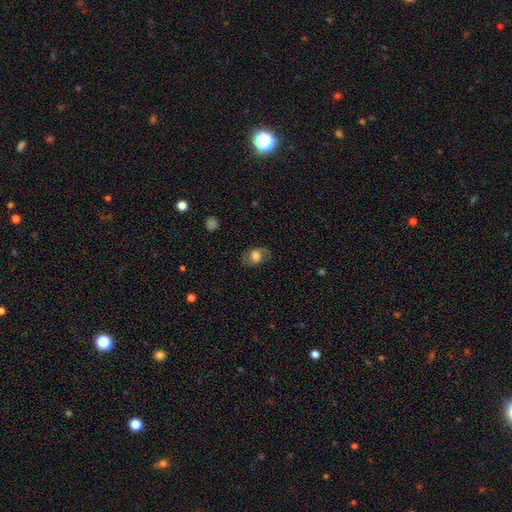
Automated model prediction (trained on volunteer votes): Smooth or featured?
  - smooth: 50% *
  - featured or disk: 41%
  - star or artifact: 9%
Merging?
  - none: 73% *
  - minor disturbance: 17%
  - major disturbance: 9%
  - merger: 1%